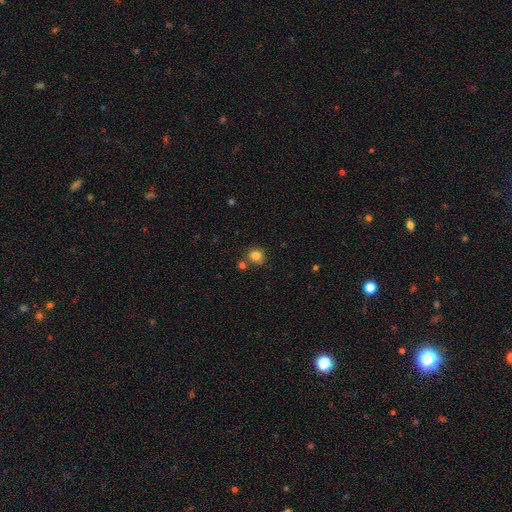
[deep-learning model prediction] Smooth or featured: smooth — 82% (star or artifact — 12%)
How rounded: round — 87% (in between — 12%)
Merging: none — 72% (merger — 13%)